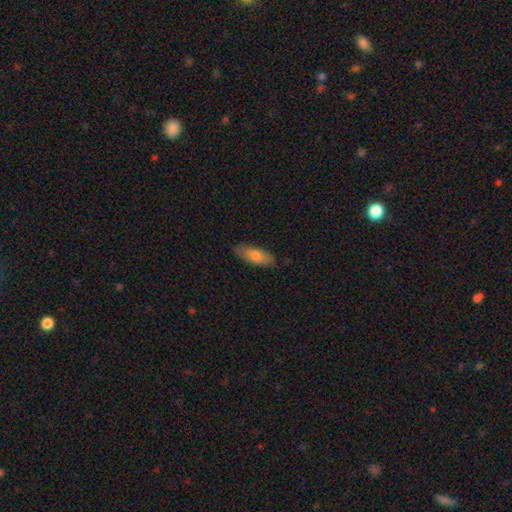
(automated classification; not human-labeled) Smooth or featured? smooth (75%)
How rounded? in between (72%)
Merging? none (86%)